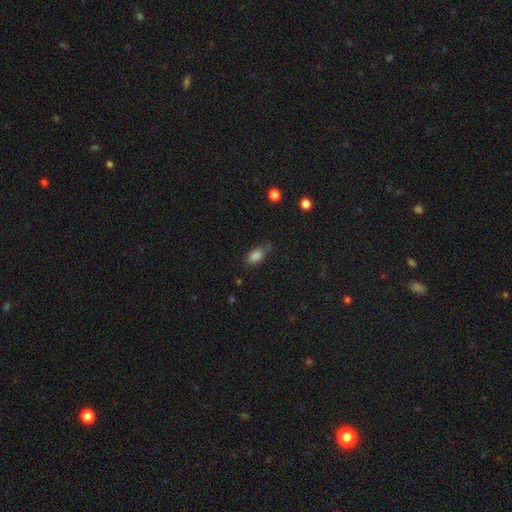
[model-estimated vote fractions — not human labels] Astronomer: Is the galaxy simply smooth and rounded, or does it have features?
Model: smooth — 85%.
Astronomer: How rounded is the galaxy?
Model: in between — 88%.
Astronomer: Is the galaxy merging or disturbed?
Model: none — 59%.